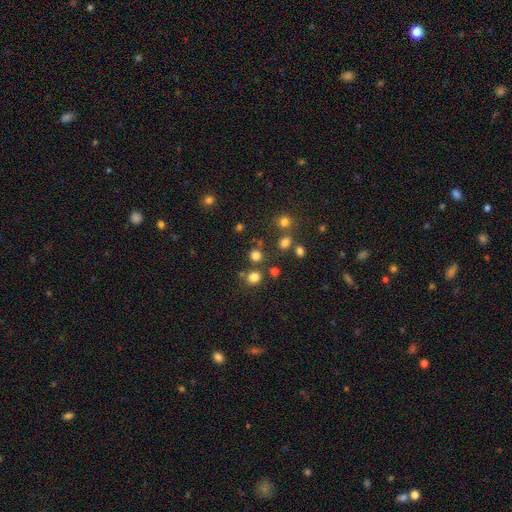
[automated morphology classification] smooth-or-featured: smooth: 76% | star or artifact: 19% | featured or disk: 5%
  how-rounded: round: 89% | in between: 10% | cigar-shaped: 1%
  merging: none: 77% | merger: 13% | minor disturbance: 7% | major disturbance: 3%